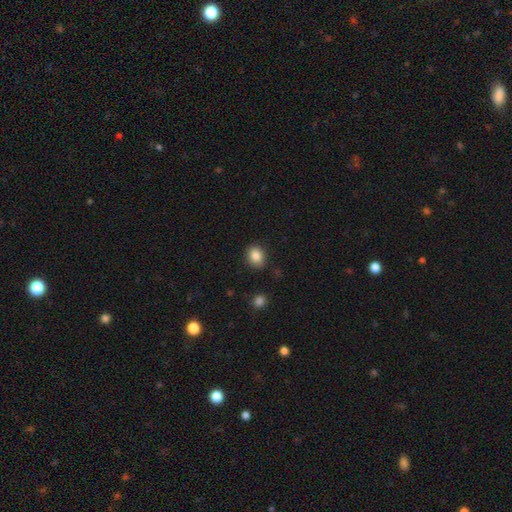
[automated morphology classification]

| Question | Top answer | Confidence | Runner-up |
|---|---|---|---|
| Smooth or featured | smooth | 86% | star or artifact (9%) |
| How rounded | in between | 52% | round (47%) |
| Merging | none | 86% | minor disturbance (10%) |